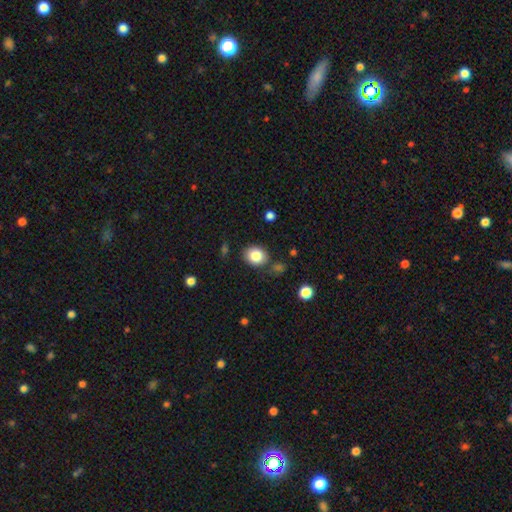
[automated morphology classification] A smooth galaxy with no disk features (84%) that is round (65%).

Vote fractions:
- Smooth or featured? smooth: 84% / star or artifact: 9% / featured or disk: 7%
- How rounded? round: 65% / in between: 34% / cigar-shaped: 1%
- Merging? none: 79% / minor disturbance: 12% / merger: 5% / major disturbance: 4%